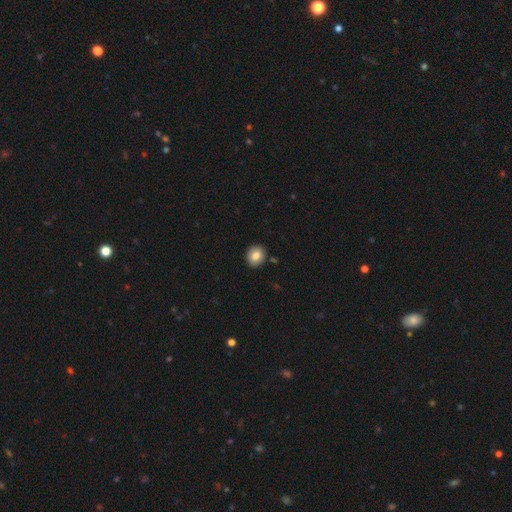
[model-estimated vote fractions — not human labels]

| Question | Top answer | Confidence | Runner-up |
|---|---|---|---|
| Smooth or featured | smooth | 83% | star or artifact (9%) |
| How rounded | round | 75% | in between (24%) |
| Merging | none | 89% | minor disturbance (7%) |